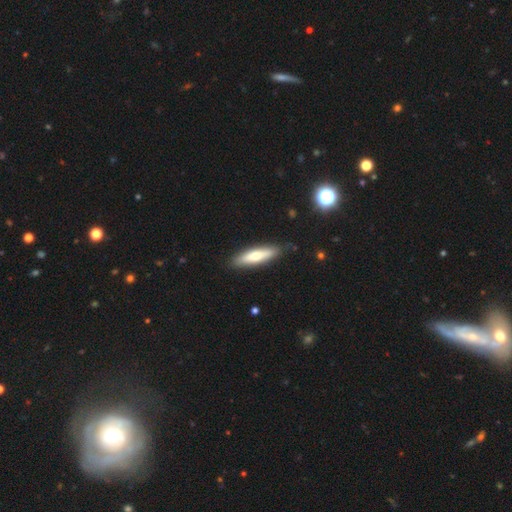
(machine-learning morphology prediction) type=smooth (61%); roundness=cigar-shaped (66%); merging=none (86%).